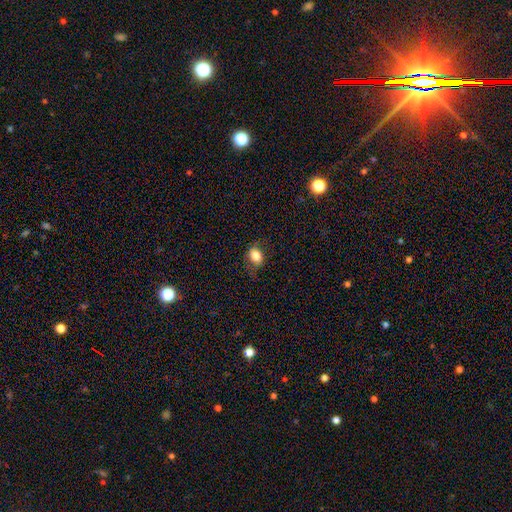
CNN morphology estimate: Smooth or featured? smooth (81%)
How rounded? in between (62%)
Merging? none (67%)